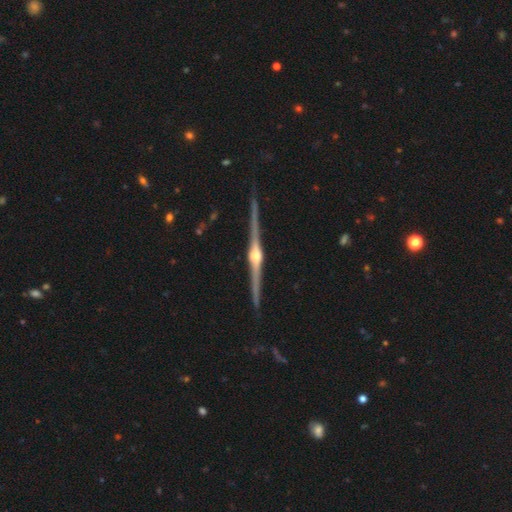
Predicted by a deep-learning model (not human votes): The model was most divided on "merging": none: 89%, minor disturbance: 8%, major disturbance: 1%, merger: 1%. More confident: edge-on disk — yes (99%); edge-on bulge — rounded (94%); smooth or featured — featured or disk (91%).